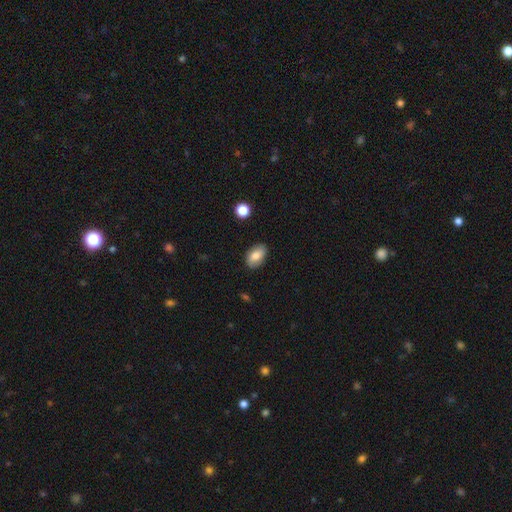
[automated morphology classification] smooth 77%, featured or disk 15%, star or artifact 8%. Down the decision tree: how rounded — in between (90%); merging — none (84%).